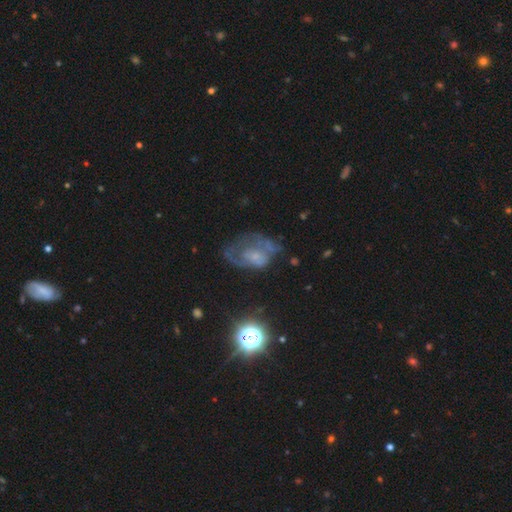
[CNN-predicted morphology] This is possibly a featured or disk galaxy (60%). It is clearly not viewed edge-on (97%). Bar: likely no (77%). Spiral arm pattern: possibly no (50%, tied with yes). Central bulge: possibly small (47%). Merging: marginally none (40%).